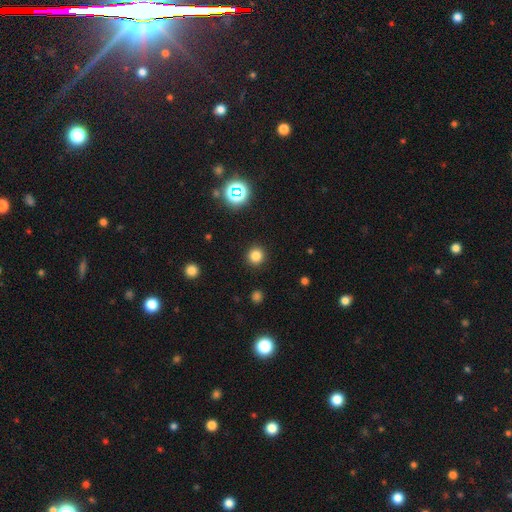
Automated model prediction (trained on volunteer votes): Smooth or featured? Predicted: smooth (p=0.81). How rounded? Predicted: round (p=0.94). Merging? Predicted: none (p=0.92).